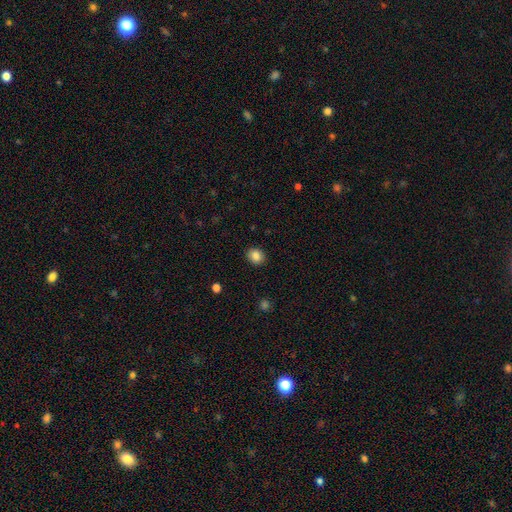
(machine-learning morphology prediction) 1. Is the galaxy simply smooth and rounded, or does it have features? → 85% smooth, 10% star or artifact, 5% featured or disk.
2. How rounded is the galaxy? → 73% round, 26% in between, 1% cigar-shaped.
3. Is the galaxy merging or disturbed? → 91% none, 6% minor disturbance, 2% major disturbance, 1% merger.